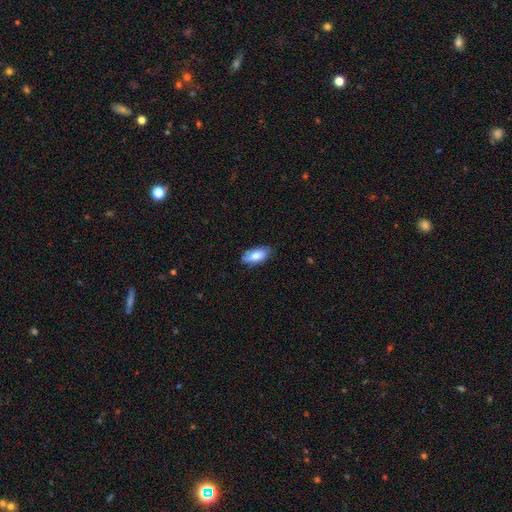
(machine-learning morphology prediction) Smooth or featured? Predicted: smooth (p=0.78). How rounded? Predicted: in between (p=0.89). Merging? Predicted: none (p=0.77).